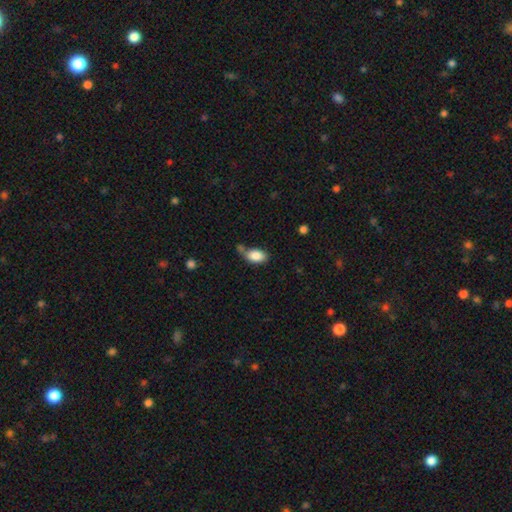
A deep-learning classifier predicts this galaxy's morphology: smooth-or-featured: smooth: 86% | star or artifact: 7% | featured or disk: 7%
  how-rounded: in between: 91% | round: 7% | cigar-shaped: 2%
  merging: none: 53% | minor disturbance: 21% | merger: 19% | major disturbance: 7%